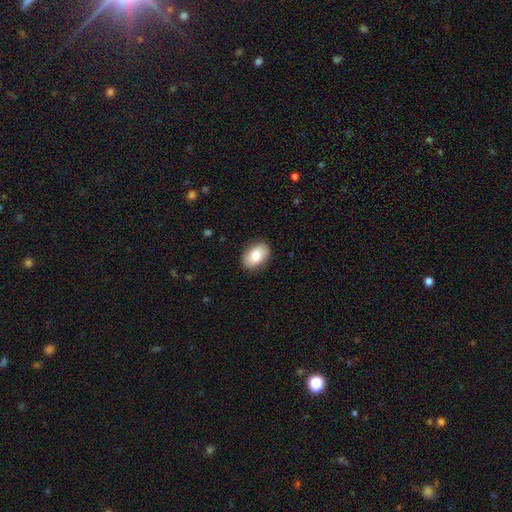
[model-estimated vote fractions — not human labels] Smooth or featured?
  - smooth: 81% *
  - featured or disk: 12%
  - star or artifact: 6%
How rounded?
  - in between: 88% *
  - round: 10%
  - cigar-shaped: 1%
Merging?
  - none: 88% *
  - minor disturbance: 9%
  - major disturbance: 2%
  - merger: 1%